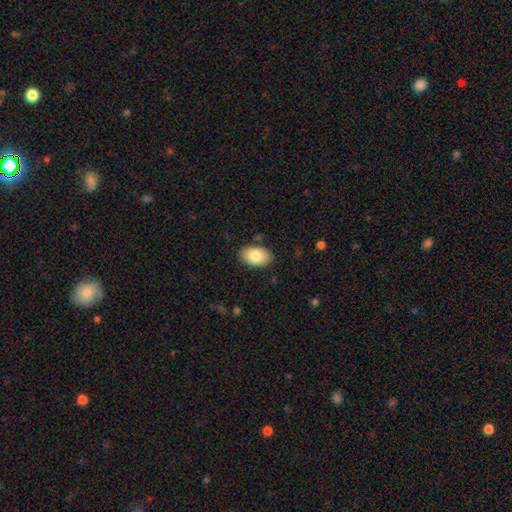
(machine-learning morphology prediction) Smooth or featured? smooth (82%)
How rounded? in between (92%)
Merging? none (87%)